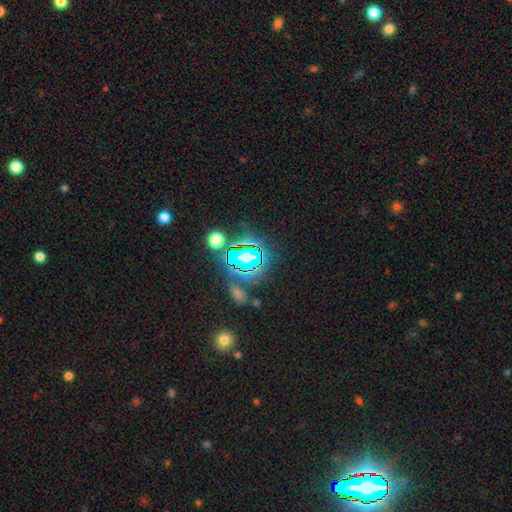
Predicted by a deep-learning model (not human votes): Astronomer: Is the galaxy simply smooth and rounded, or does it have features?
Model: star or artifact — 81%.